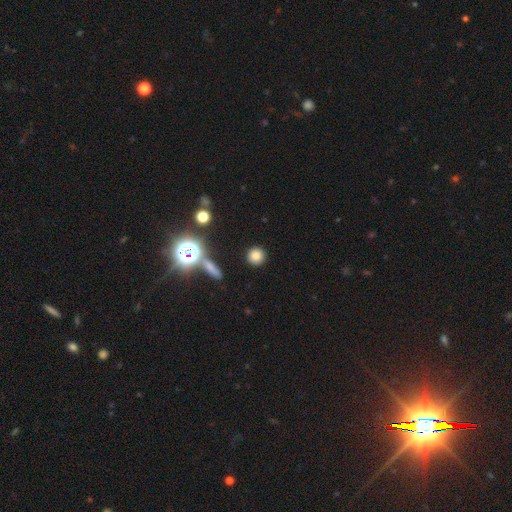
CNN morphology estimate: Smooth or featured? smooth (79%)
How rounded? round (92%)
Merging? none (89%)